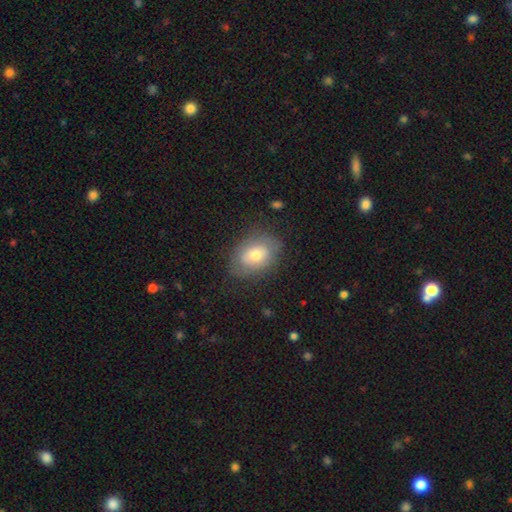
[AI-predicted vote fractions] A smooth galaxy with no disk features (63%) that is in between round and cigar-shaped (75%). Merging: none (74%).